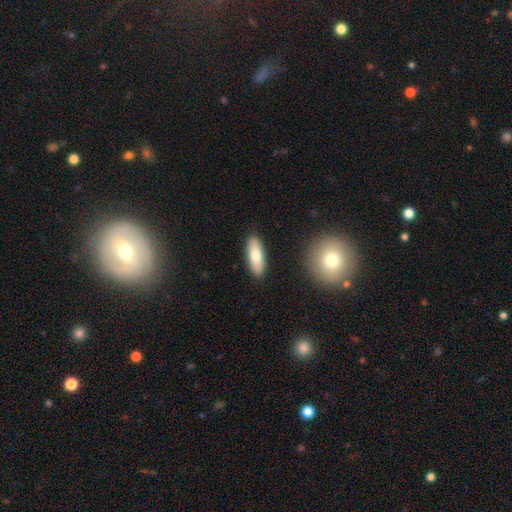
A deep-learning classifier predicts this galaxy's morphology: The model was most divided on "how rounded": in between: 64%, cigar-shaped: 34%, round: 2%. More confident: merging — none (88%); smooth or featured — smooth (78%).